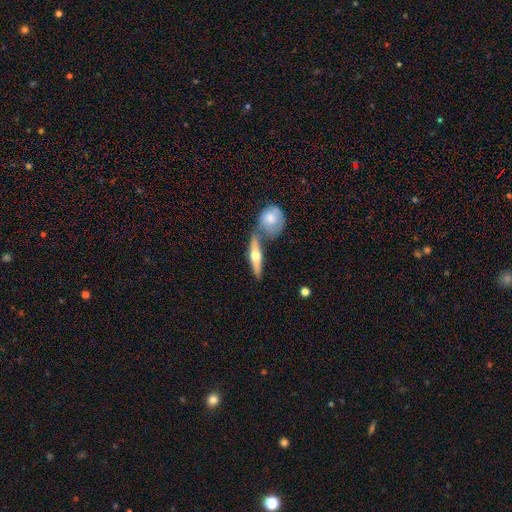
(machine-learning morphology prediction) Smooth or featured? Predicted: featured or disk (p=0.58). Edge-on disk? Predicted: yes (p=0.93). Edge-on bulge? Predicted: rounded (p=0.94). Merging? Predicted: none (p=0.65).